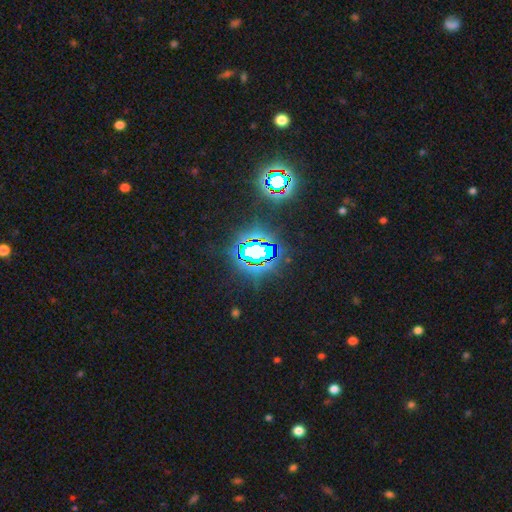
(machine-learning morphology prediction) Q: Smooth or featured?
A: star or artifact (72%); runner-up: smooth (16%)